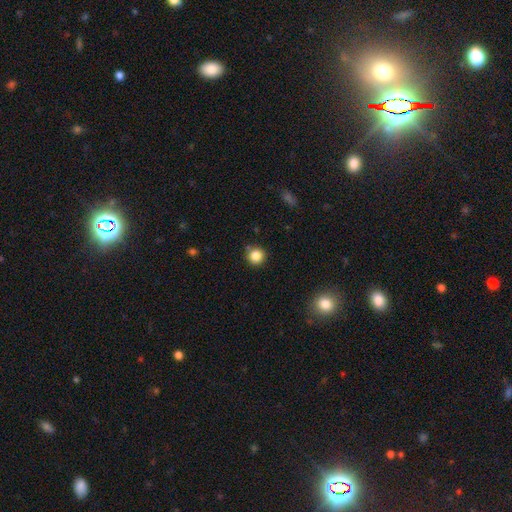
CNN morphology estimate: smooth_or_featured: smooth (p=0.84) [alt: star or artifact p=0.11]
how_rounded: round (p=0.93) [alt: in between p=0.06]
merging: none (p=0.85) [alt: minor disturbance p=0.09]